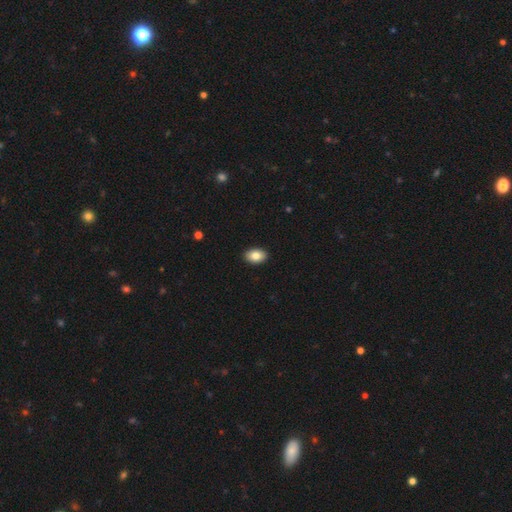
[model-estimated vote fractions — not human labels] Overall: smooth (85%). How rounded: in between (88%). Merging: none (91%).